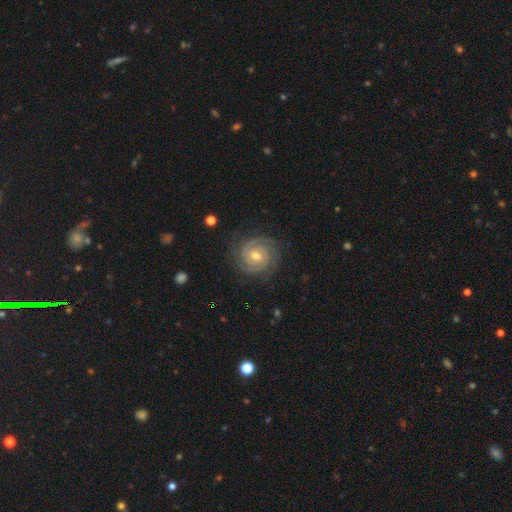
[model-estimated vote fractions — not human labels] This appears to be a featured or disk galaxy (90%) with no bar (49%), 2 (59%) tight (82%) spiral arms (98%) and a moderate central bulge (57%). Merging: none (84%).